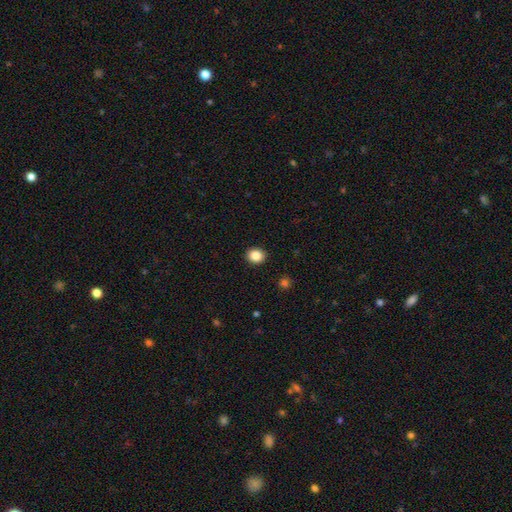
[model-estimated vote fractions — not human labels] A smooth galaxy with no disk features (86%) that is round (70%). Merging: none (92%).